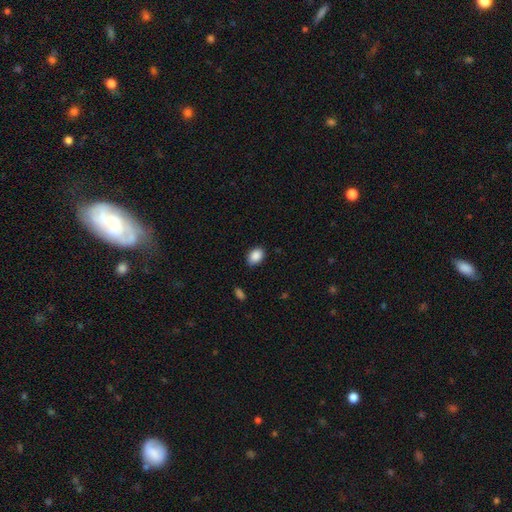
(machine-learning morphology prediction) A smooth galaxy with no disk features (89%) that is in between round and cigar-shaped (80%).

Vote fractions:
- Smooth or featured? smooth: 89% / star or artifact: 8% / featured or disk: 3%
- How rounded? in between: 80% / round: 19% / cigar-shaped: 1%
- Merging? none: 84% / minor disturbance: 12% / major disturbance: 2% / merger: 1%